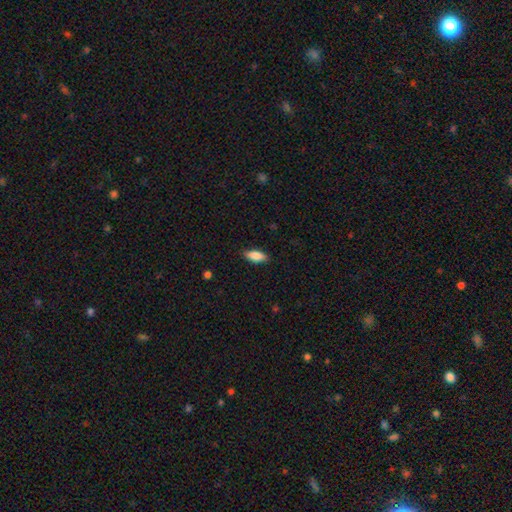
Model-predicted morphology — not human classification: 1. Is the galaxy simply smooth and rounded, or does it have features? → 87% smooth, 7% featured or disk, 6% star or artifact.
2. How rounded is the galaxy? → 84% in between, 14% cigar-shaped, 2% round.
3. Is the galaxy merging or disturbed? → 85% none, 11% minor disturbance, 2% major disturbance, 1% merger.